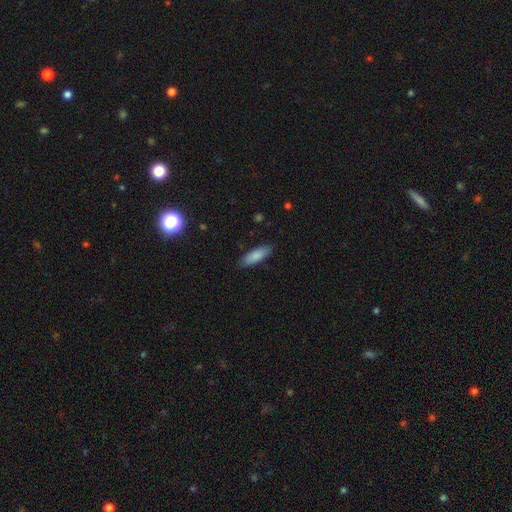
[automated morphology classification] Q: Smooth or featured?
A: smooth (85%); runner-up: featured or disk (9%)
Q: How rounded?
A: in between (59%); runner-up: cigar-shaped (39%)
Q: Merging?
A: none (84%); runner-up: minor disturbance (12%)